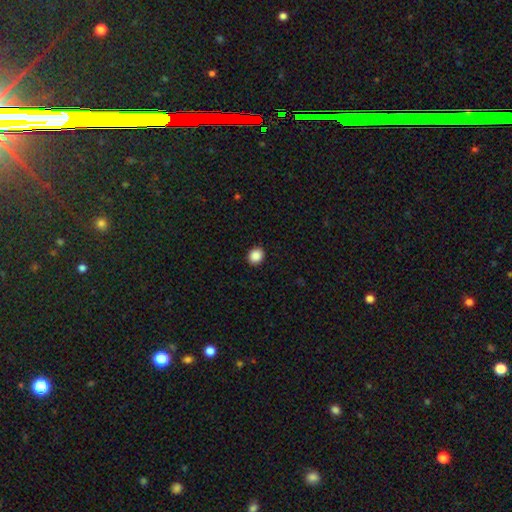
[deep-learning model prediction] Overall: smooth (89%). How rounded: round (70%). Merging: none (91%).